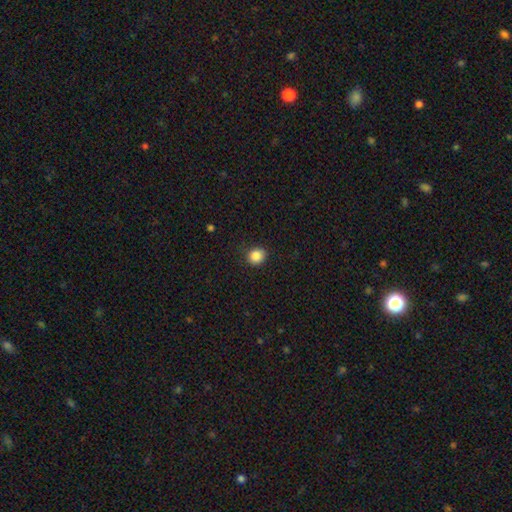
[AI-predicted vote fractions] smooth-or-featured: smooth: 86% | star or artifact: 10% | featured or disk: 4%
  how-rounded: round: 83% | in between: 16% | cigar-shaped: 1%
  merging: none: 87% | minor disturbance: 10% | major disturbance: 2% | merger: 1%